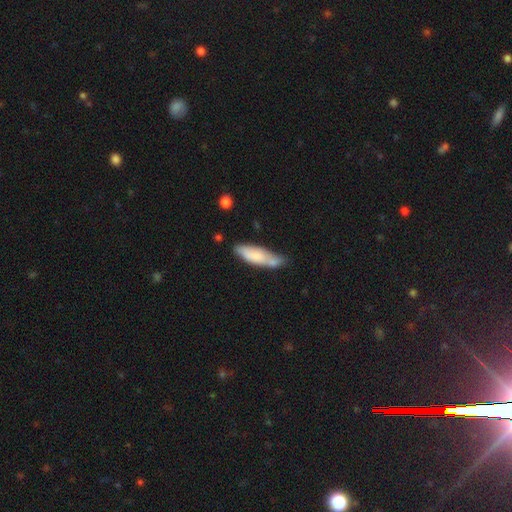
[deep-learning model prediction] smooth-or-featured: smooth: 70% | featured or disk: 24% | star or artifact: 6%
  how-rounded: cigar-shaped: 59% | in between: 40% | round: 2%
  merging: none: 53% | minor disturbance: 26% | merger: 15% | major disturbance: 6%